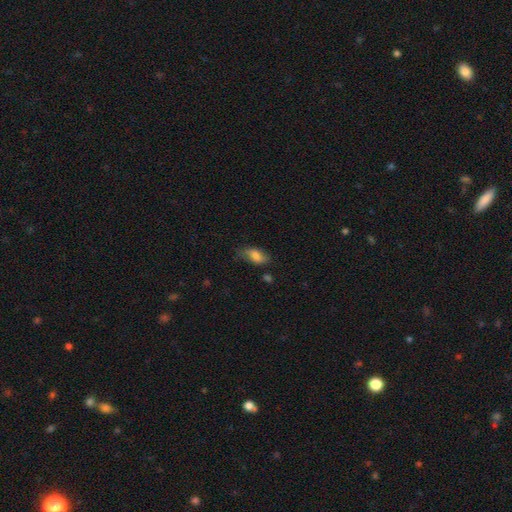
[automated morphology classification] smooth_or_featured: smooth (p=0.72) [alt: featured or disk p=0.19]
how_rounded: in between (p=0.87) [alt: cigar-shaped p=0.06]
merging: none (p=0.55) [alt: minor disturbance p=0.30]